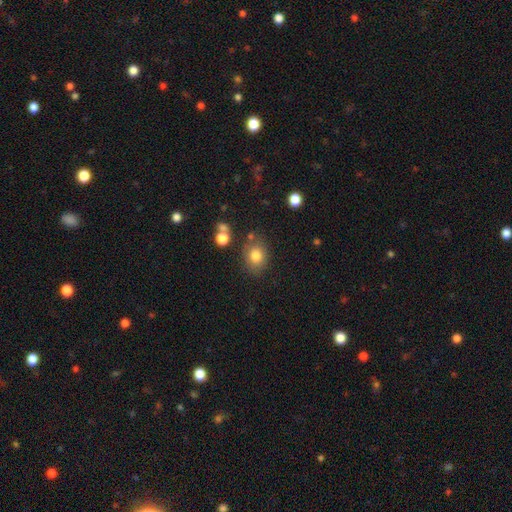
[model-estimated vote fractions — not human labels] smooth_or_featured: smooth (p=0.80) [alt: star or artifact p=0.11]
how_rounded: round (p=0.54) [alt: in between p=0.45]
merging: none (p=0.76) [alt: minor disturbance p=0.13]